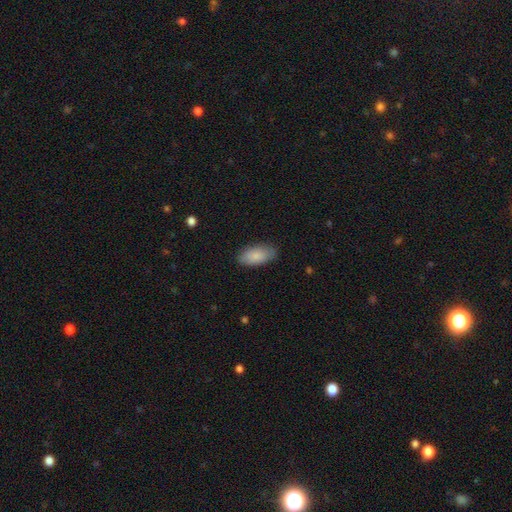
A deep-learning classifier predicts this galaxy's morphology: smooth_or_featured: smooth (p=0.85) [alt: featured or disk p=0.09]
how_rounded: in between (p=0.93) [alt: cigar-shaped p=0.05]
merging: none (p=0.83) [alt: minor disturbance p=0.13]